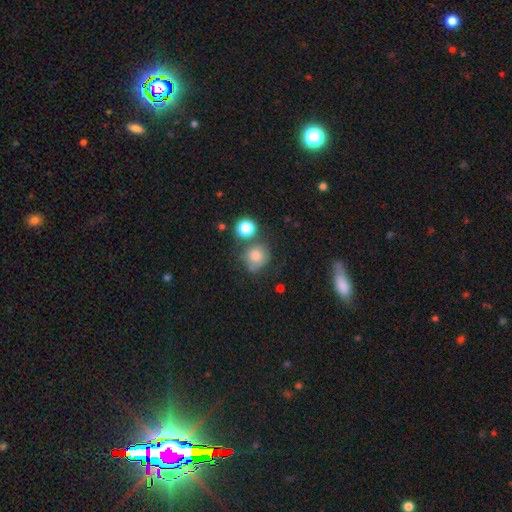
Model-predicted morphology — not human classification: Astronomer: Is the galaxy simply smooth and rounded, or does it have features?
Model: smooth — 76%.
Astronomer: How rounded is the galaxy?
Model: round — 82%.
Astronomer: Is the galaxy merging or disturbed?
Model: none — 56%.